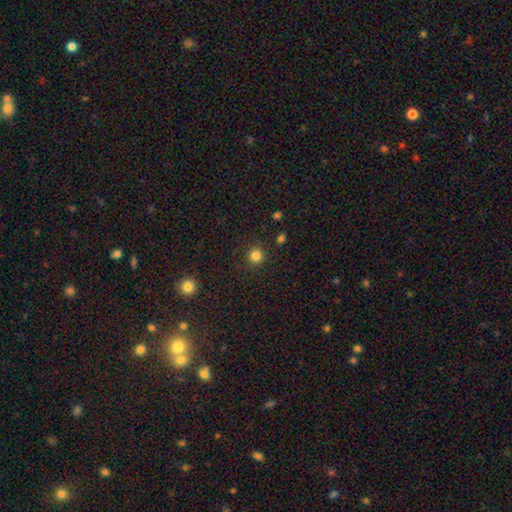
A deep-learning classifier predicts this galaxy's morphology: Smooth or featured? Predicted: smooth (p=0.83). How rounded? Predicted: round (p=0.94). Merging? Predicted: none (p=0.89).